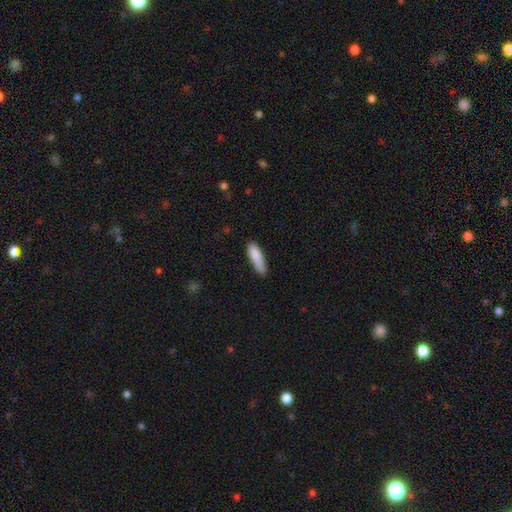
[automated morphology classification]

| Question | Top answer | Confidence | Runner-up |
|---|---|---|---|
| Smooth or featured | smooth | 86% | featured or disk (8%) |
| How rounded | cigar-shaped | 65% | in between (33%) |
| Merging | none | 70% | minor disturbance (24%) |